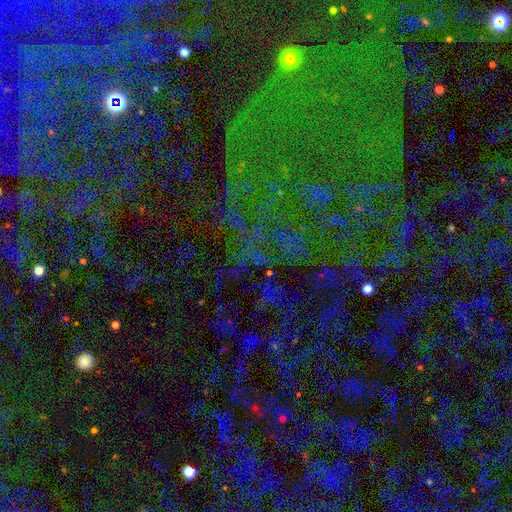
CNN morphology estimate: star or artifact 80%, smooth 12%, featured or disk 9%.